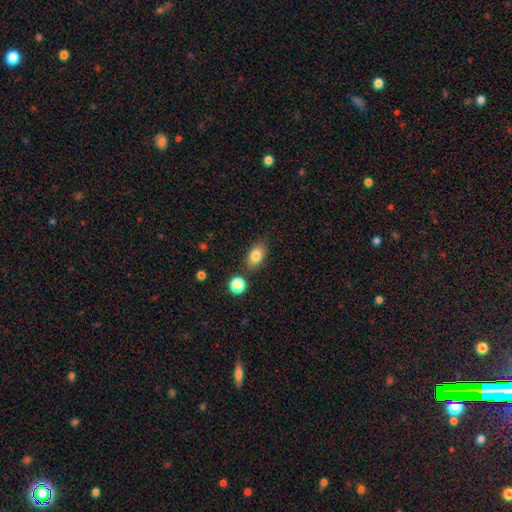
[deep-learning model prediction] Smooth or featured?
  - smooth: 83% *
  - star or artifact: 9%
  - featured or disk: 8%
How rounded?
  - in between: 86% *
  - round: 11%
  - cigar-shaped: 3%
Merging?
  - none: 80% *
  - minor disturbance: 12%
  - merger: 6%
  - major disturbance: 3%